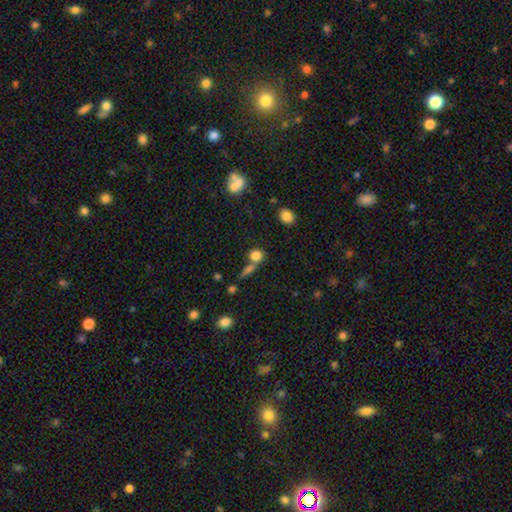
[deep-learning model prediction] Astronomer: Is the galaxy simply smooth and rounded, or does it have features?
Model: smooth — 80%.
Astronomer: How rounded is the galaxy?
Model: round — 73%.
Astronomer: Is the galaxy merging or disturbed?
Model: none — 51% (runner-up: merger, 35%).